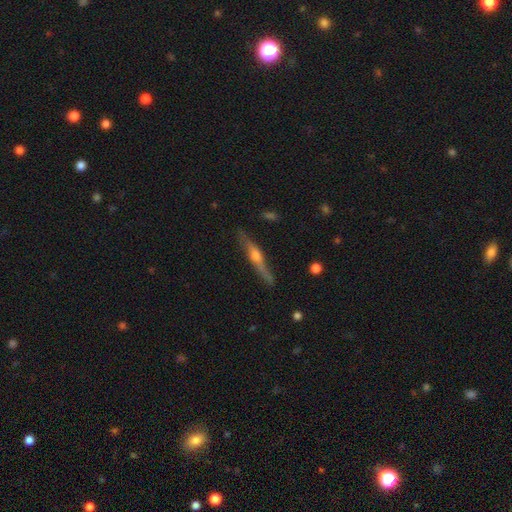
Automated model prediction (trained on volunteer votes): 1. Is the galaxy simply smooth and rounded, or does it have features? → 72% featured or disk, 22% smooth, 6% star or artifact.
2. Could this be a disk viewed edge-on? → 96% yes, 4% no.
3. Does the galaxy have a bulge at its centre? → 85% rounded, 8% boxy, 7% none.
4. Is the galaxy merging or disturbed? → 80% none, 14% minor disturbance, 3% major disturbance, 2% merger.